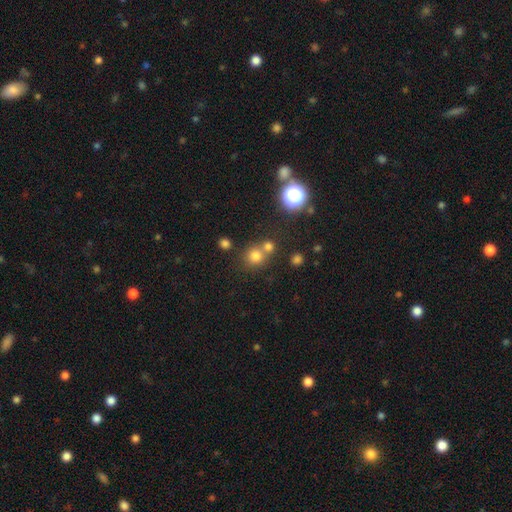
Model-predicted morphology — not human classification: Overall: smooth (75%). How rounded: round (87%). Merging: none (58%; merger 32%).